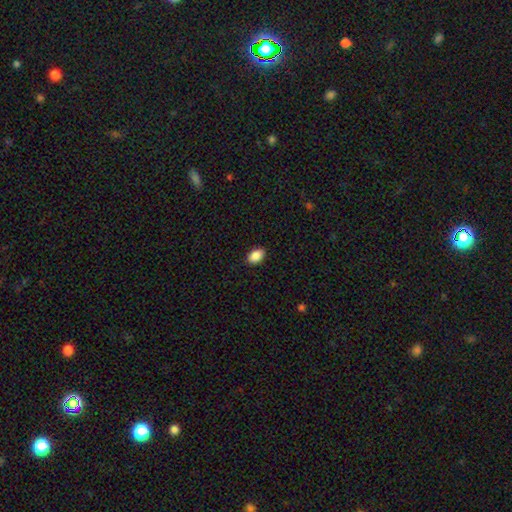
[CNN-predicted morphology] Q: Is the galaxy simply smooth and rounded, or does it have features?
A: smooth — 89%.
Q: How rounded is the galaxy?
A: in between — 89%.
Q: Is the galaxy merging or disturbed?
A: none — 89%.